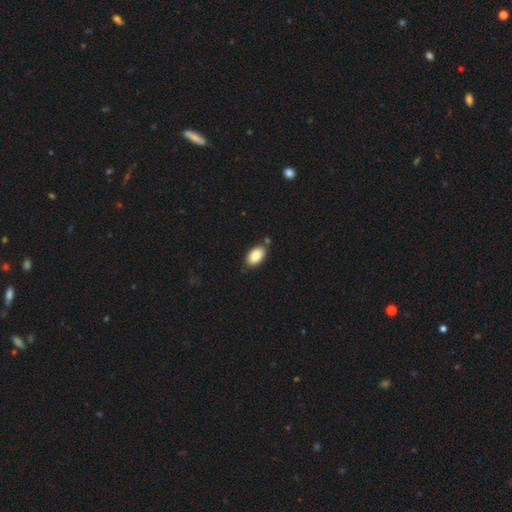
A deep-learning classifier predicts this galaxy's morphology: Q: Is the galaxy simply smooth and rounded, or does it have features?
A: smooth — 87%.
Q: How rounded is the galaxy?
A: in between — 94%.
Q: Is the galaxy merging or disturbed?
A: none — 74%.